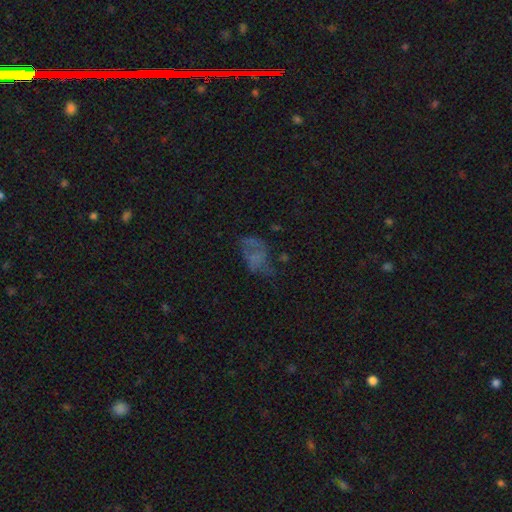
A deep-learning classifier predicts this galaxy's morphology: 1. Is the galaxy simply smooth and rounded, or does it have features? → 40% featured or disk, 36% smooth, 24% star or artifact.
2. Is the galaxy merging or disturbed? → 37% none, 34% major disturbance, 23% minor disturbance, 5% merger.